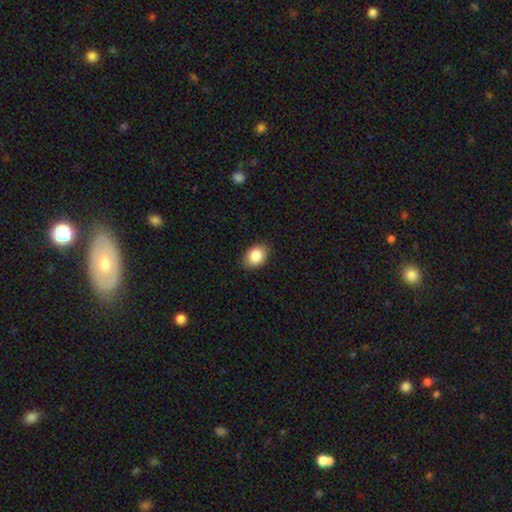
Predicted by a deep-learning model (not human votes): Smooth or featured? Predicted: smooth (p=0.86). How rounded? Predicted: in between (p=0.75). Merging? Predicted: none (p=0.87).